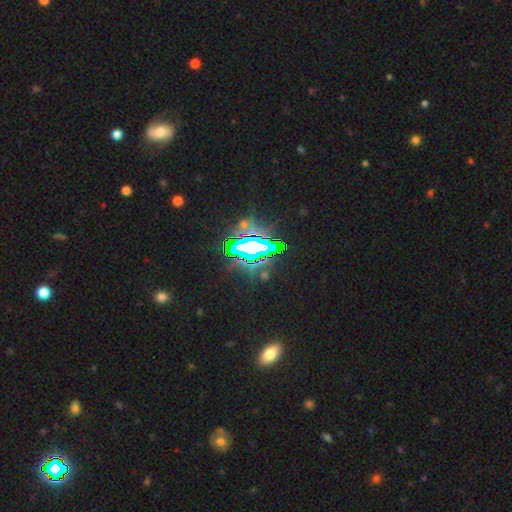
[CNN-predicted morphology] A star or artifact, not a galaxy (78%).

Vote fractions:
- Smooth or featured? star or artifact: 78% / featured or disk: 11% / smooth: 11%